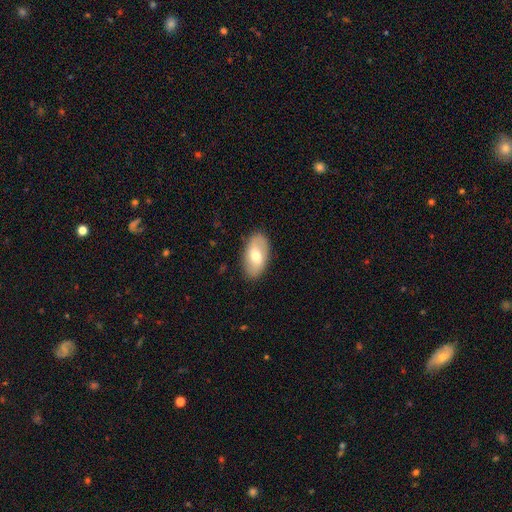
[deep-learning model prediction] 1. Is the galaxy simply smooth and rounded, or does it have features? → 55% smooth, 39% featured or disk, 6% star or artifact.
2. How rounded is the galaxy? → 93% in between, 5% round, 3% cigar-shaped.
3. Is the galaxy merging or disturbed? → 86% none, 11% minor disturbance, 3% major disturbance, 1% merger.